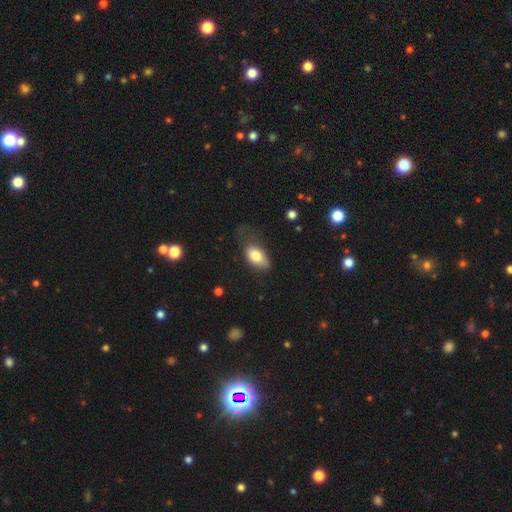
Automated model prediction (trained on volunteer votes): smooth_or_featured: smooth (p=0.80) [alt: featured or disk p=0.13]
how_rounded: in between (p=0.91) [alt: round p=0.07]
merging: none (p=0.37) [alt: minor disturbance p=0.33]